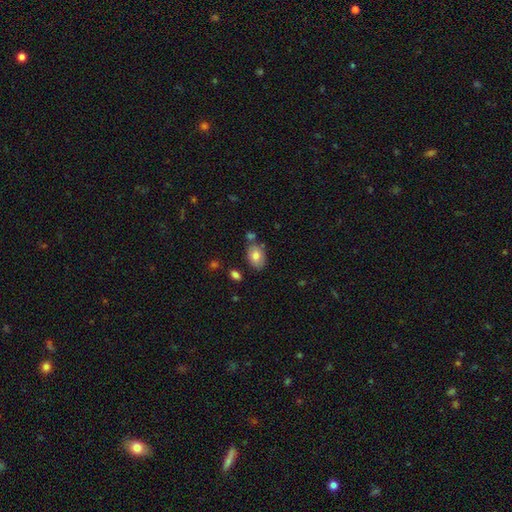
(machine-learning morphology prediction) Smooth or featured? Predicted: smooth (p=0.78). How rounded? Predicted: in between (p=0.86). Merging? Predicted: none (p=0.71).